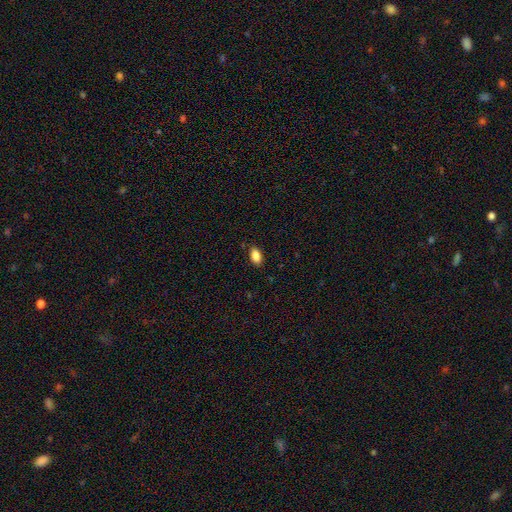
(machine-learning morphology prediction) type=smooth (88%); roundness=in between (92%); merging=none (86%).